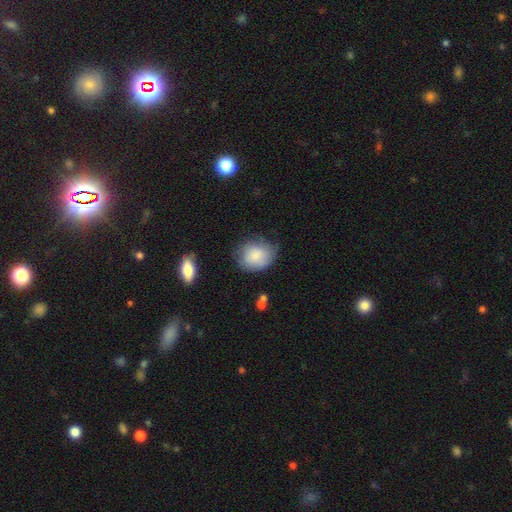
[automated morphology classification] This appears to be a smooth galaxy with no disk features (82%) that is round (58%). Merging: none (63%).